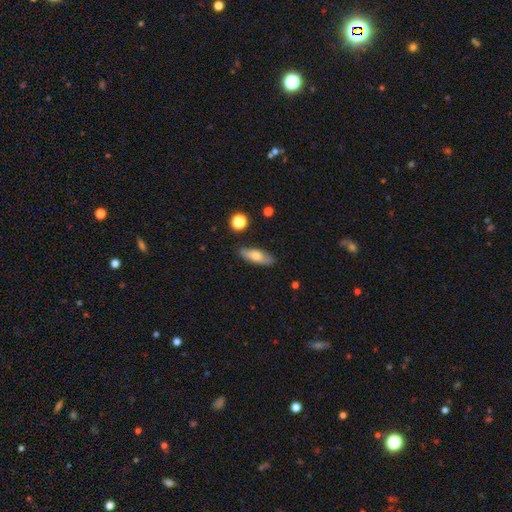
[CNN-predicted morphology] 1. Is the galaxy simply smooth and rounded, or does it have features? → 66% smooth, 27% featured or disk, 7% star or artifact.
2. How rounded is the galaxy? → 64% in between, 33% cigar-shaped, 3% round.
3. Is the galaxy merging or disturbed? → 83% none, 12% minor disturbance, 2% major disturbance, 2% merger.